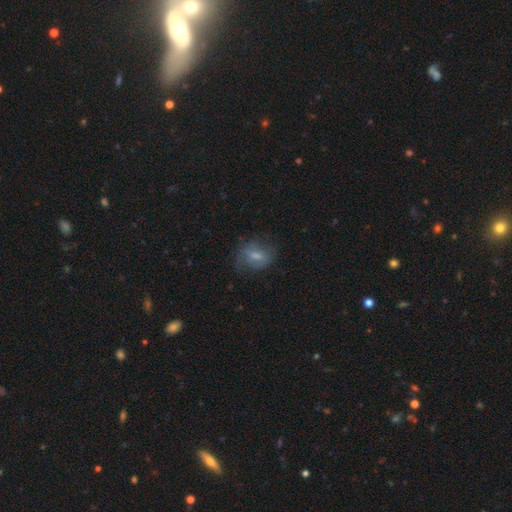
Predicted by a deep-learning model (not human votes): Overall: smooth (60%; featured or disk 31%). How rounded: in between (63%; round 34%). Merging: none (62%; minor disturbance 24%).